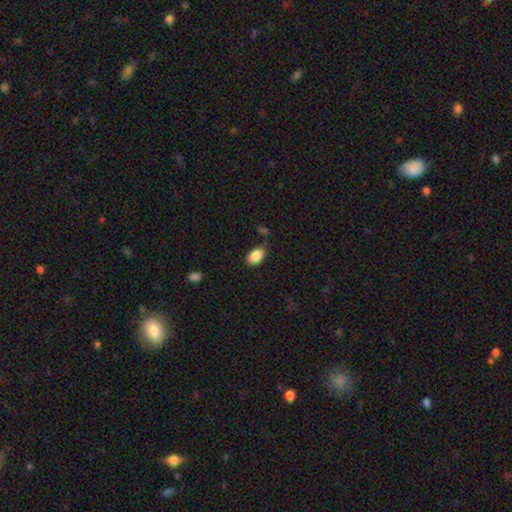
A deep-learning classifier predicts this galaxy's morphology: This appears to be a smooth galaxy with no disk features (88%) that is in between round and cigar-shaped (91%). Merging: none (78%).